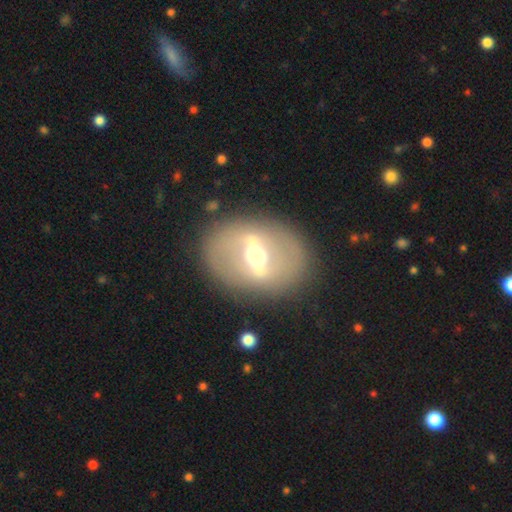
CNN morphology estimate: The model was most divided on "bar": strong: 70%, weak: 23%, no: 7%. More confident: edge-on disk — no (83%); merging — none (82%); spiral arms — no (77%); smooth or featured — featured or disk (75%); bulge size — moderate (69%).